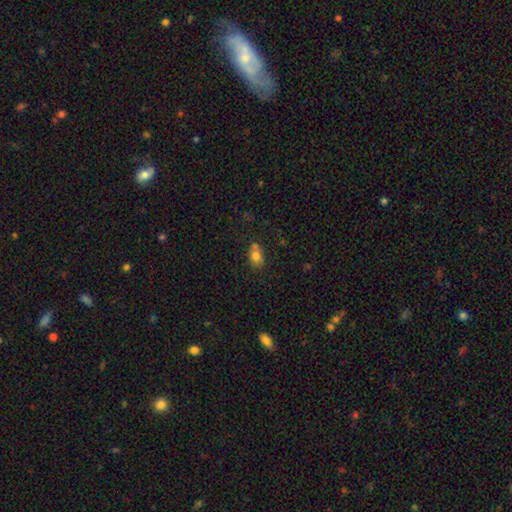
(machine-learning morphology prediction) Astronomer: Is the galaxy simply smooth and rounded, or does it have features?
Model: smooth — 77%.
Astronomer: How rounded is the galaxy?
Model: in between — 70%.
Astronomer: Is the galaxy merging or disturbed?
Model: none — 57%.